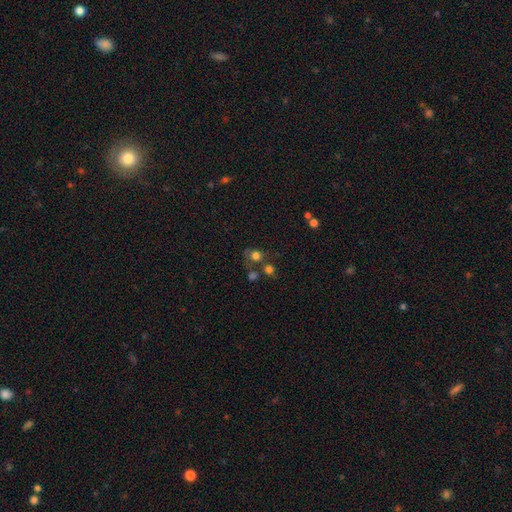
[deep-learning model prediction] Q: Smooth or featured?
A: smooth (68%); runner-up: star or artifact (19%)
Q: How rounded?
A: round (76%); runner-up: in between (23%)
Q: Merging?
A: none (50%); runner-up: merger (26%)